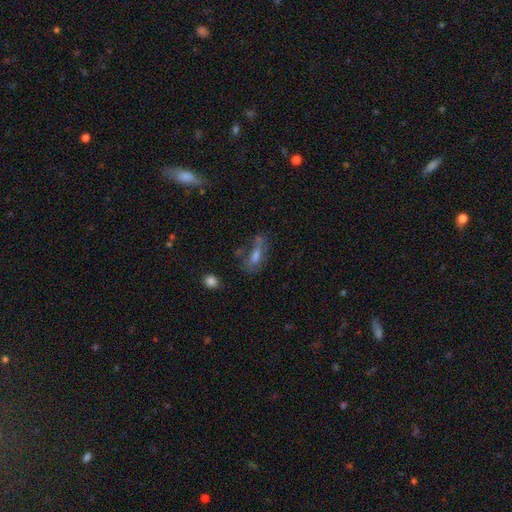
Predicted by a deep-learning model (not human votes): This is possibly a smooth galaxy (47%). Merging: possibly none (46%).